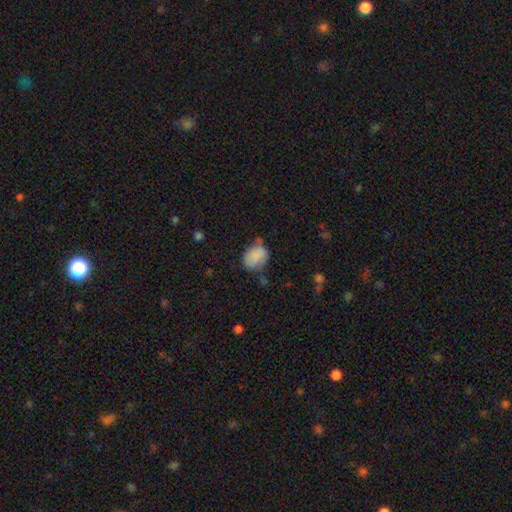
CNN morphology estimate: Smooth or featured?
  - smooth: 83% *
  - featured or disk: 9%
  - star or artifact: 8%
How rounded?
  - in between: 62% *
  - round: 37%
  - cigar-shaped: 1%
Merging?
  - none: 54% *
  - minor disturbance: 29%
  - major disturbance: 9%
  - merger: 7%